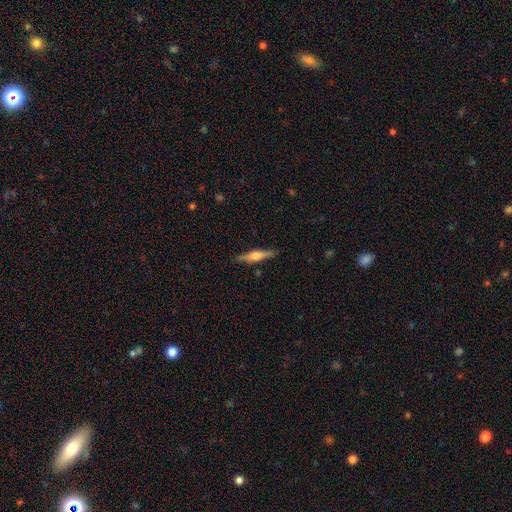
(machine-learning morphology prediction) smooth_or_featured: featured or disk (p=0.54) [alt: smooth p=0.40]
disk_edge_on: yes (p=0.96) [alt: no p=0.04]
edge_on_bulge: rounded (p=0.79) [alt: boxy p=0.16]
merging: none (p=0.87) [alt: minor disturbance p=0.10]